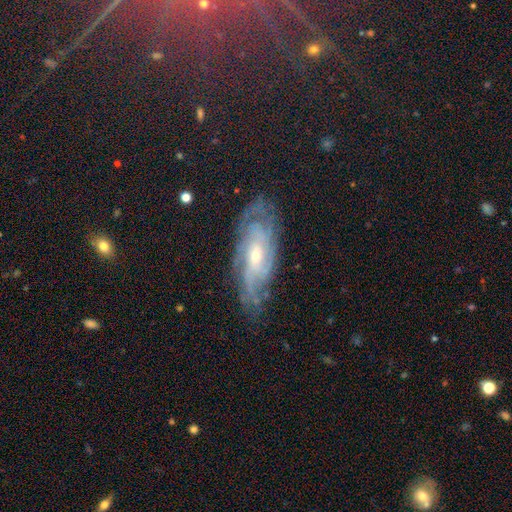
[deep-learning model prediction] This appears to be a featured or disk galaxy (83%) with no bar (60%), tight (63%) spiral arms (94%) and a small central bulge (54%). Merging: none (74%).